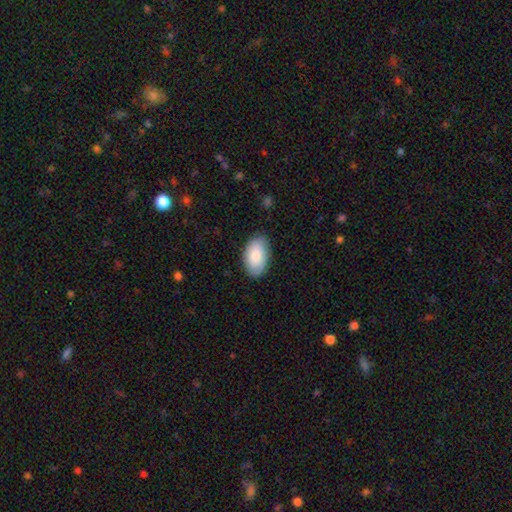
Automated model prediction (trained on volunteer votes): Morphology: type=smooth (84%); roundness=in between (95%); merging=none (85%).